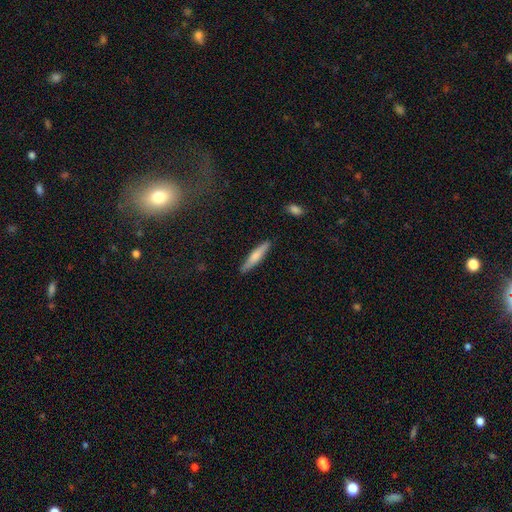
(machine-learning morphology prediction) smooth 65%, featured or disk 29%, star or artifact 6%. Down the decision tree: how rounded — cigar-shaped (88%); merging — none (87%).